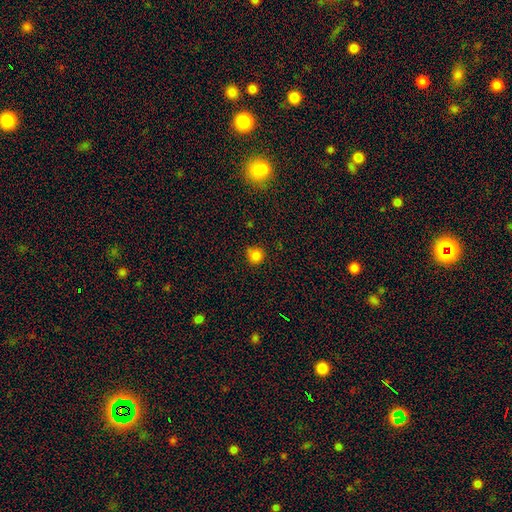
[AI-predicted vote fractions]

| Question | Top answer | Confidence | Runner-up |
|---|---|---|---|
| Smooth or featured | smooth | 83% | star or artifact (13%) |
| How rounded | round | 91% | in between (8%) |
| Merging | none | 80% | minor disturbance (15%) |